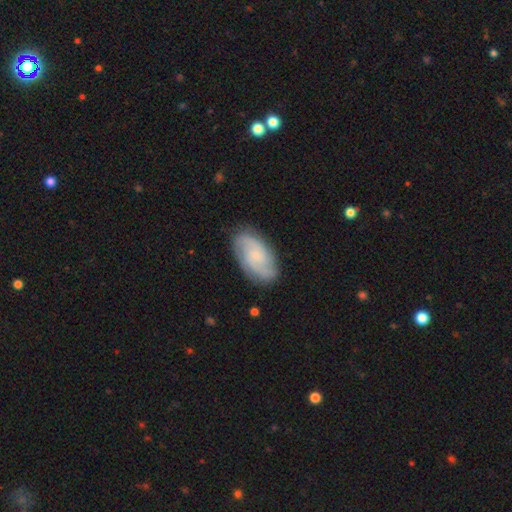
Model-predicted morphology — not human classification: The model was most divided on "spiral winding": medium: 45%, tight: 39%, loose: 16%. Remaining: edge-on disk — no (96%); spiral arms — yes (94%); merging — none (80%); bulge size — small (71%); bar — no (68%); smooth or featured — featured or disk (68%); spiral arm count — 2 (41%).